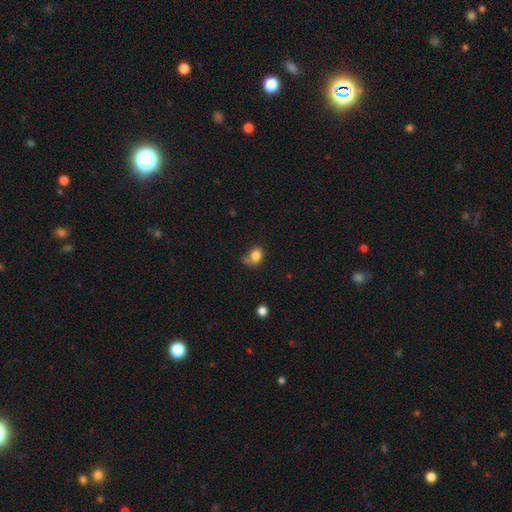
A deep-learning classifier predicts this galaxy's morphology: Overall: smooth (79%). How rounded: in between (53%; round 46%). Merging: none (44%; minor disturbance 25%).